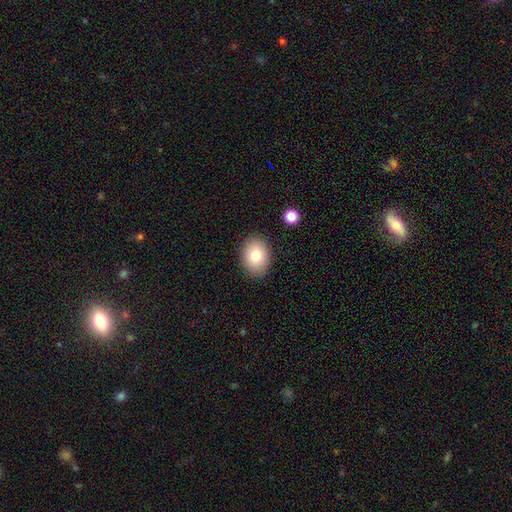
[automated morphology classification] smooth-or-featured: smooth: 82% | featured or disk: 10% | star or artifact: 8%
  how-rounded: in between: 70% | round: 29% | cigar-shaped: 1%
  merging: none: 88% | minor disturbance: 9% | major disturbance: 2% | merger: 1%